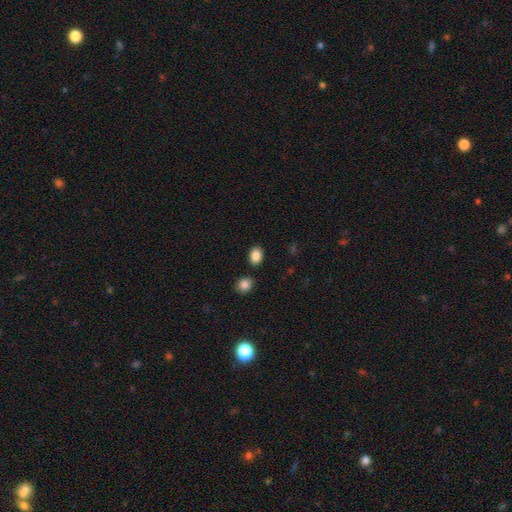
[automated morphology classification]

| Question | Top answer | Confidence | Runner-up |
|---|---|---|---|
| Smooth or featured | smooth | 87% | star or artifact (9%) |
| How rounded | in between | 68% | round (31%) |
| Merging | none | 83% | minor disturbance (9%) |